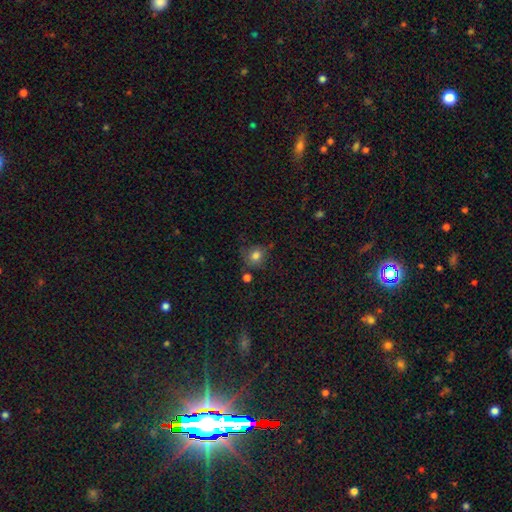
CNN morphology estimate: type=smooth (78%); roundness=round (77%); merging=none (64%).